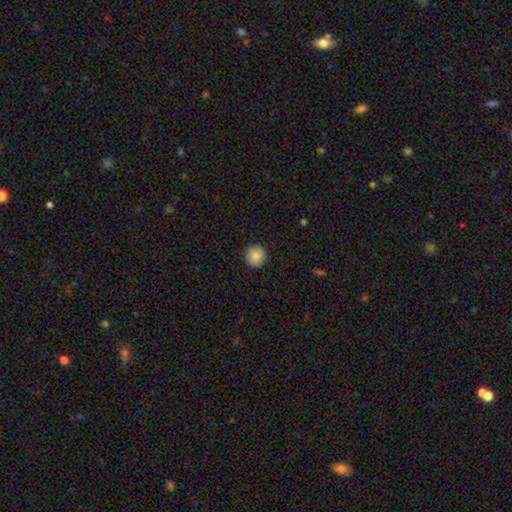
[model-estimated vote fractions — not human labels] Morphology: type=smooth (88%); roundness=round (95%); merging=none (92%).